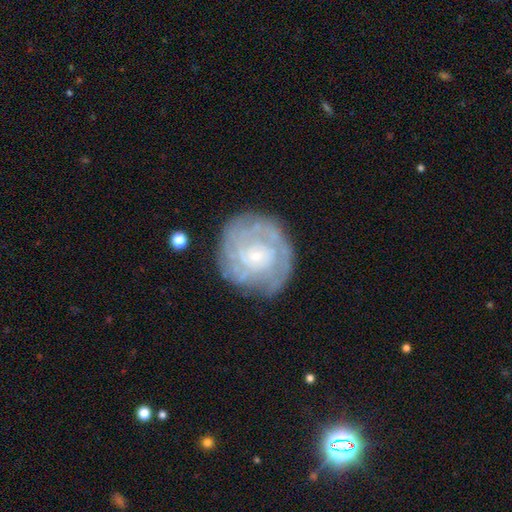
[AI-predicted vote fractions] A featured or disk galaxy (73%) with no bar (78%), tight (74%) spiral arms (82%) and a small central bulge (76%).

Vote fractions:
- Smooth or featured? featured or disk: 73% / smooth: 20% / star or artifact: 7%
- Edge-on disk? no: 97% / yes: 3%
- Bar? no: 78% / weak: 19% / strong: 4%
- Spiral arms? yes: 82% / no: 18%
- Spiral winding? tight: 74% / medium: 20% / loose: 6%
- Spiral arm count? can't tell: 54% / 2: 12% / 3: 12% / 4: 10% / more than 4: 6% / 1: 6%
- Bulge size? small: 76% / moderate: 16% / none: 4% / large: 2% / dominant: 1%
- Merging? none: 75% / minor disturbance: 16% / major disturbance: 7% / merger: 2%